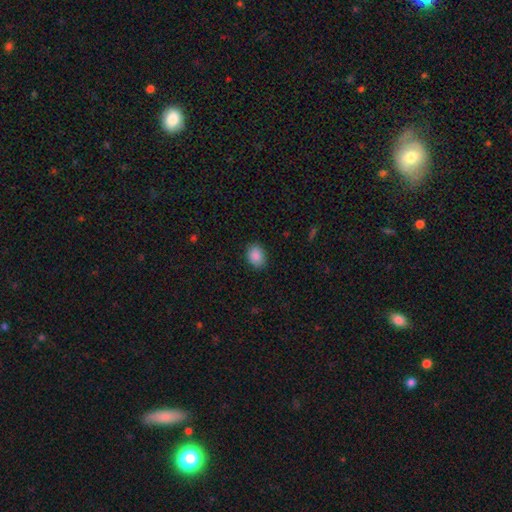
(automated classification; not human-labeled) The model was most divided on "how rounded": in between: 63%, round: 36%, cigar-shaped: 1%. More confident: smooth or featured — smooth (89%); merging — none (87%).